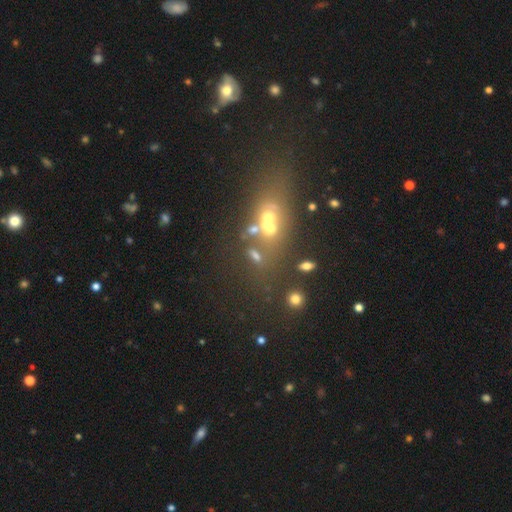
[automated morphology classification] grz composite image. It shows a smooth galaxy with no disk features (50%) that is in between round and cigar-shaped (52%). Merging: none (41%).